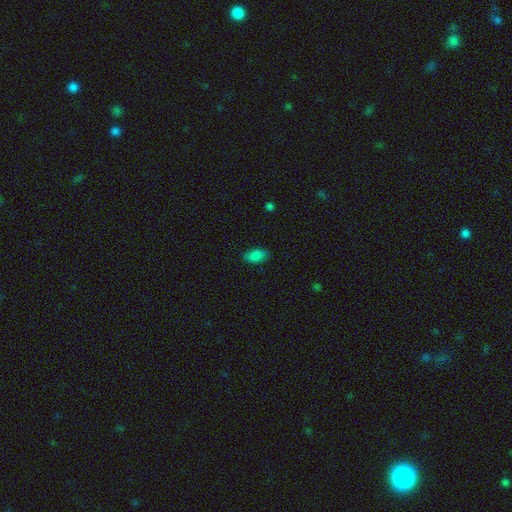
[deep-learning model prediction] The model was most divided on "merging": none: 84%, minor disturbance: 12%, major disturbance: 3%, merger: 1%. More confident: how rounded — in between (93%); smooth or featured — smooth (85%).